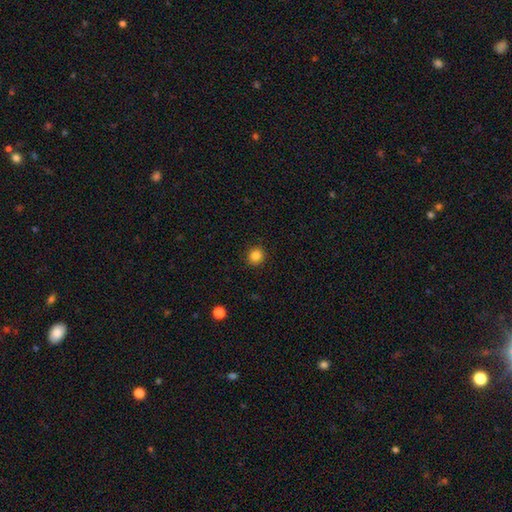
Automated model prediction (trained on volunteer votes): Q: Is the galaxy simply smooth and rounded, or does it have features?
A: smooth — 84%.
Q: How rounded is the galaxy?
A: round — 89%.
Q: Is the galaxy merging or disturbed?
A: none — 92%.